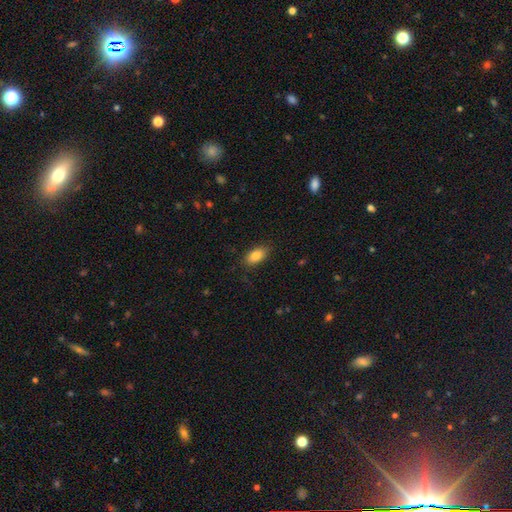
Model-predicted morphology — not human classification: Smooth or featured: smooth — 84% (featured or disk — 8%)
How rounded: in between — 90% (round — 6%)
Merging: none — 84% (minor disturbance — 12%)